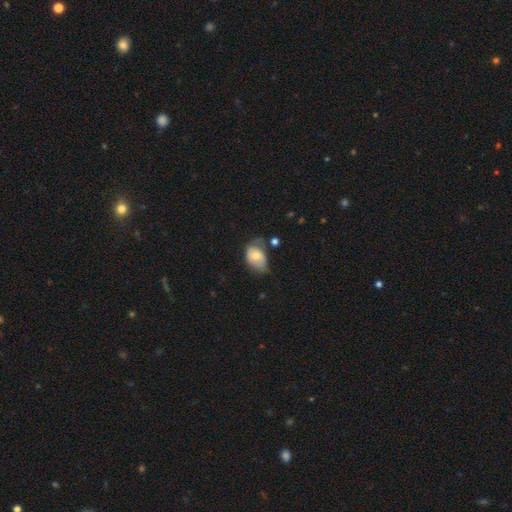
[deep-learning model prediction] A smooth galaxy with no disk features (59%) that is in between round and cigar-shaped (79%).

Vote fractions:
- Smooth or featured? smooth: 59% / featured or disk: 34% / star or artifact: 7%
- How rounded? in between: 79% / round: 20% / cigar-shaped: 1%
- Merging? minor disturbance: 38% (tied) / none: 38% (tied) / major disturbance: 18% / merger: 6%